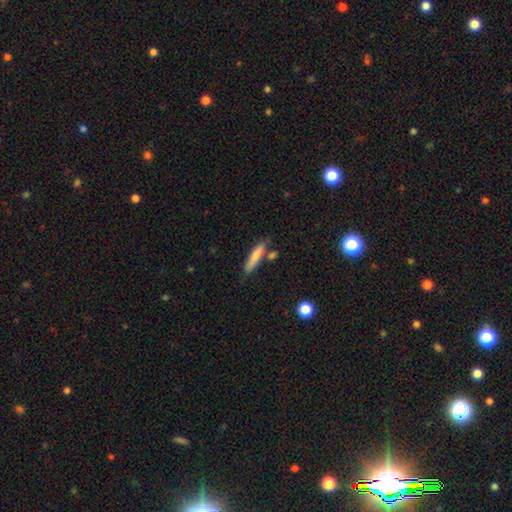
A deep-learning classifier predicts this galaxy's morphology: type=smooth (74%); roundness=cigar-shaped (84%); merging=none (70%).